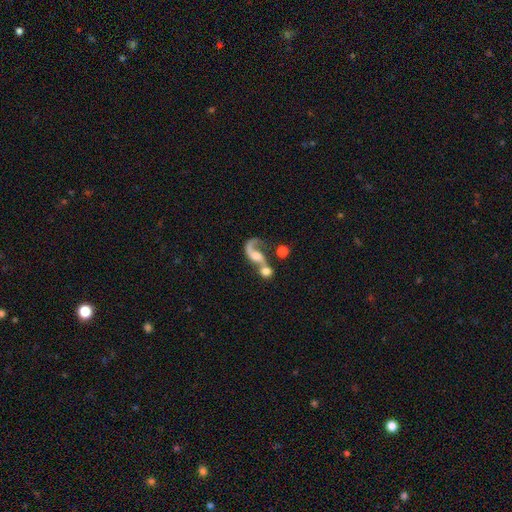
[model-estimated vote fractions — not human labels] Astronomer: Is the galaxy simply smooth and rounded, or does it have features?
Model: featured or disk — 67%.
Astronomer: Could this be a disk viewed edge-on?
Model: no — 96%.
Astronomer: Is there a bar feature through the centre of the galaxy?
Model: no — 61%.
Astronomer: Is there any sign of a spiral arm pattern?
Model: yes — 83%.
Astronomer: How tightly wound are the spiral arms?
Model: loose — 79%.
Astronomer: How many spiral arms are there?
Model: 1 — 54% (runner-up: 2, 40%).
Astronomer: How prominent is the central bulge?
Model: moderate — 38% (runner-up: small, 24%).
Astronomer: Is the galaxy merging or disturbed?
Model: merger — 60%.